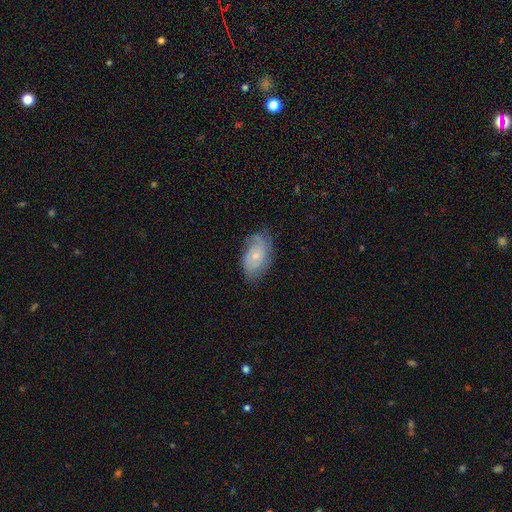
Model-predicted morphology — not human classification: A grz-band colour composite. It shows a featured or disk galaxy (67%) with no bar (76%), 2 (37%) tight (54%) spiral arms (89%) and a small central bulge (67%). Merging: none (68%).